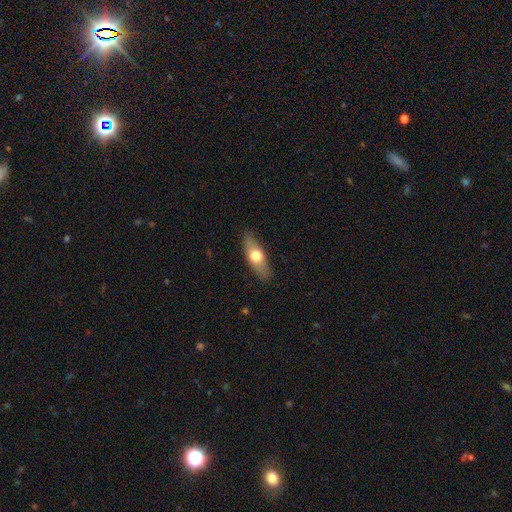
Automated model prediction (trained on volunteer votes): A smooth galaxy with no disk features (57%) that is in between round and cigar-shaped (58%). Merging: none (86%).